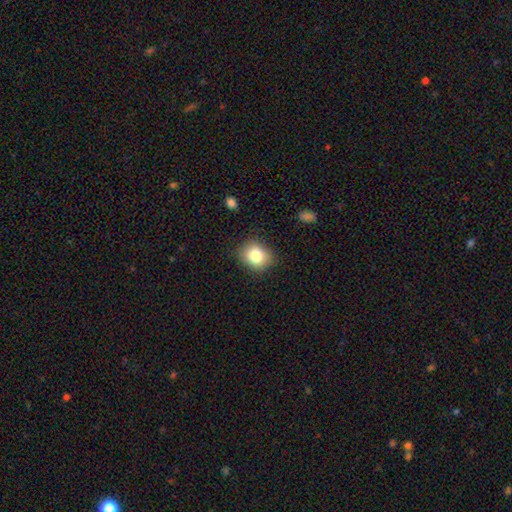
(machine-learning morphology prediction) smooth 81%, star or artifact 10%, featured or disk 9%. Down the decision tree: how rounded — round (58%); merging — none (83%).